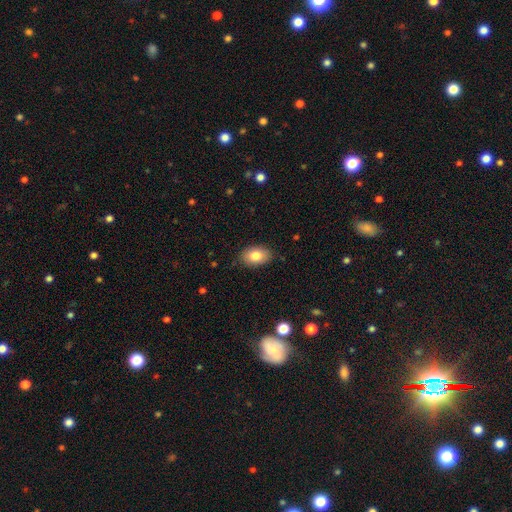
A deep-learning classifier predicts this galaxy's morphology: smooth_or_featured: smooth (p=0.82) [alt: featured or disk p=0.10]
how_rounded: in between (p=0.87) [alt: round p=0.12]
merging: none (p=0.86) [alt: minor disturbance p=0.11]